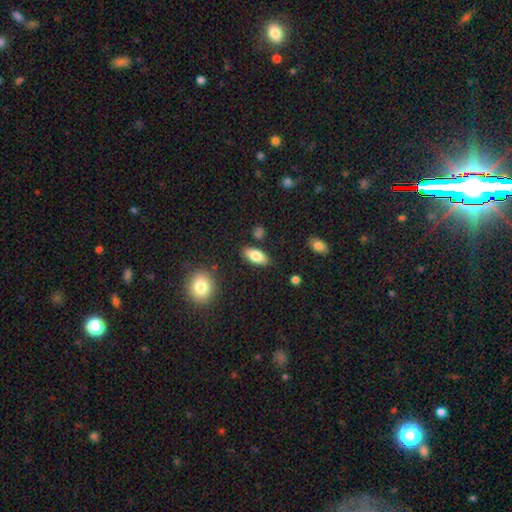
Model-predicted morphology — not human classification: This appears to be a smooth galaxy with no disk features (81%) that is in between round and cigar-shaped (86%). Merging: none (84%).